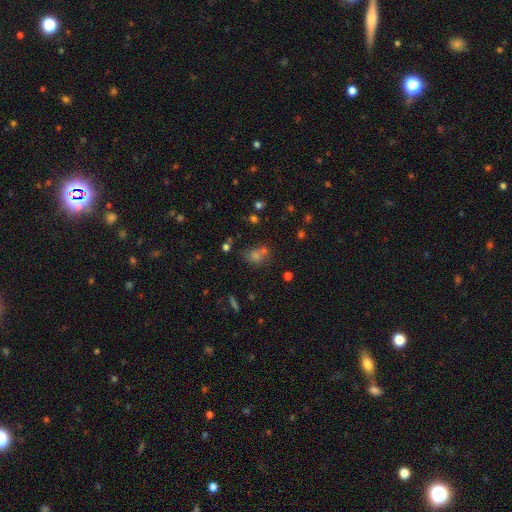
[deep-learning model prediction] Smooth or featured: smooth — 59% (star or artifact — 30%)
How rounded: round — 62% (in between — 36%)
Merging: none — 57% (merger — 27%)